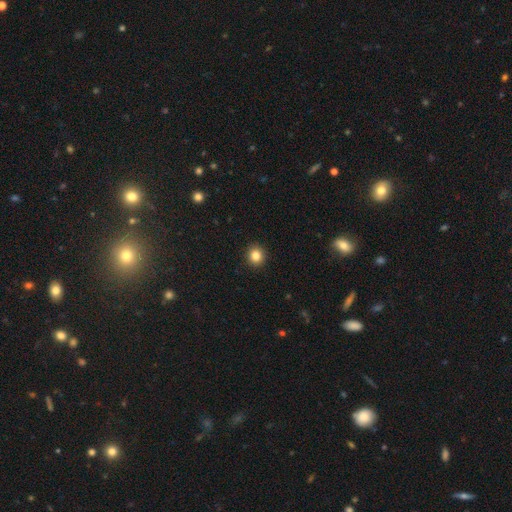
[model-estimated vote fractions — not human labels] Smooth or featured: smooth — 85% (star or artifact — 11%)
How rounded: round — 88% (in between — 11%)
Merging: none — 92% (minor disturbance — 5%)